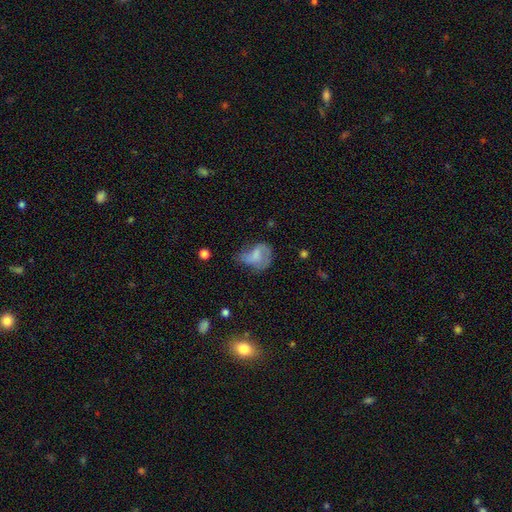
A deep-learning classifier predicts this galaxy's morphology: This appears to be a smooth galaxy with no disk features (51%) that is in between round and cigar-shaped (66%). Merging: major disturbance (38%).